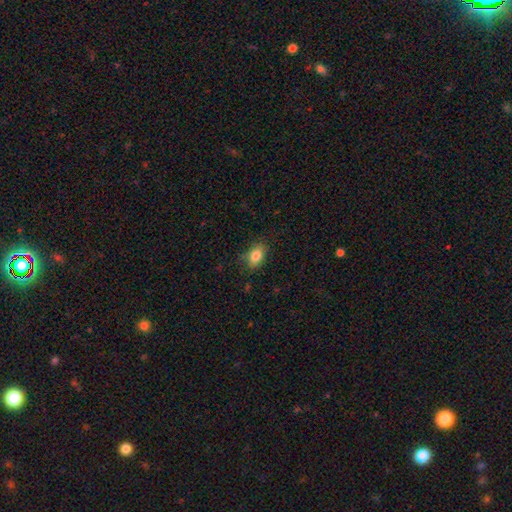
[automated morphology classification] smooth_or_featured: smooth (p=0.84) [alt: star or artifact p=0.09]
how_rounded: in between (p=0.82) [alt: round p=0.16]
merging: none (p=0.80) [alt: minor disturbance p=0.15]